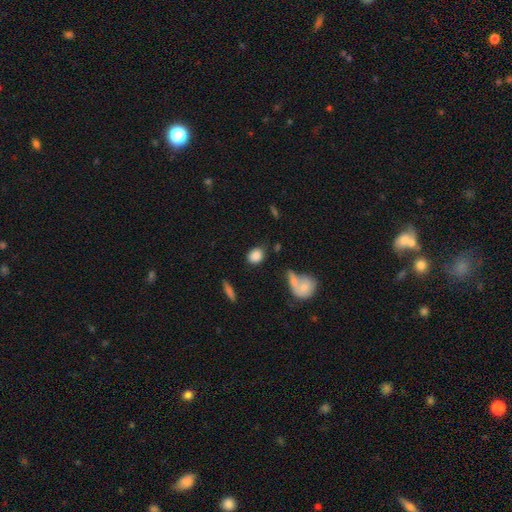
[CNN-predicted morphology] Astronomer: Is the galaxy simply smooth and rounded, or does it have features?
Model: smooth — 85%.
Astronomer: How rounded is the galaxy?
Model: round — 52% (runner-up: in between, 46%).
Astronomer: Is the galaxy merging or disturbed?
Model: none — 73%.